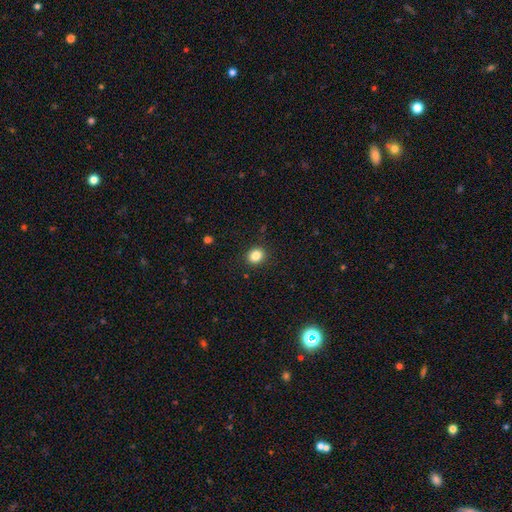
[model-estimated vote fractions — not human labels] smooth_or_featured: smooth (p=0.84) [alt: star or artifact p=0.11]
how_rounded: round (p=0.69) [alt: in between p=0.30]
merging: none (p=0.90) [alt: minor disturbance p=0.07]